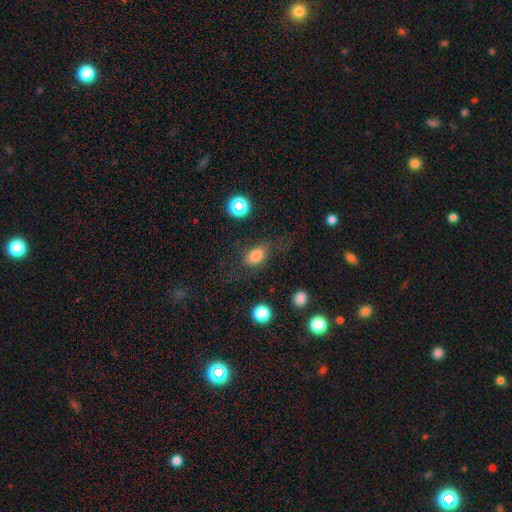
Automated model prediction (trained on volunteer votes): Smooth or featured?
  - smooth: 76% *
  - star or artifact: 12%
  - featured or disk: 12%
How rounded?
  - in between: 81% *
  - round: 17%
  - cigar-shaped: 2%
Merging?
  - none: 68% *
  - minor disturbance: 17%
  - major disturbance: 13%
  - merger: 3%